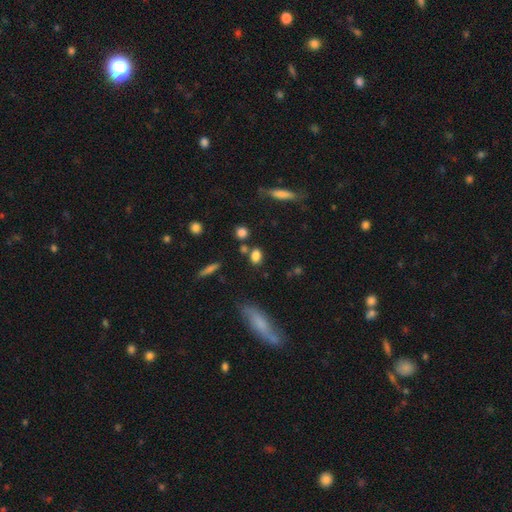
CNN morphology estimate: smooth 81%, star or artifact 11%, featured or disk 8%. Down the decision tree: how rounded — in between (69%); merging — none (69%).